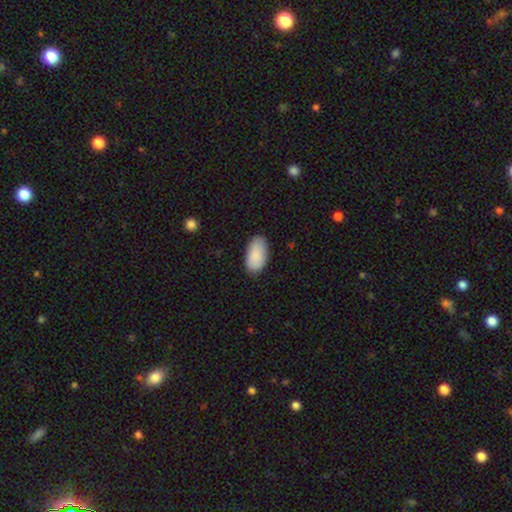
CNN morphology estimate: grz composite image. It shows a smooth galaxy with no disk features (89%) that is in between round and cigar-shaped (95%). Merging: none (82%).